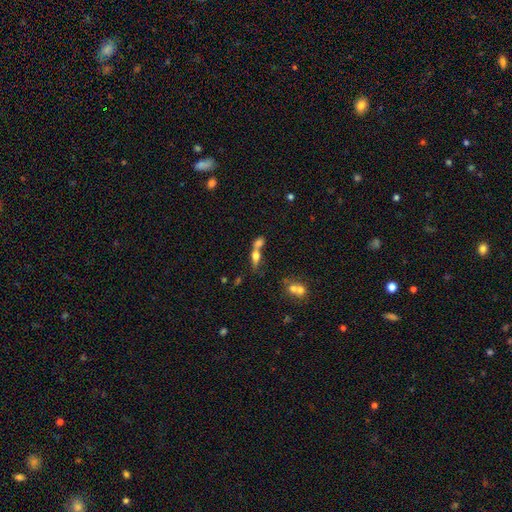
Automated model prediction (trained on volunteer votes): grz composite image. It shows a smooth galaxy with no disk features (58%) that is in between round and cigar-shaped (59%). Merging: merger (59%).